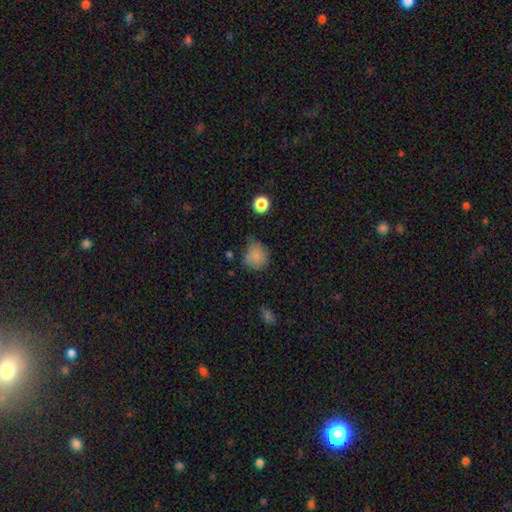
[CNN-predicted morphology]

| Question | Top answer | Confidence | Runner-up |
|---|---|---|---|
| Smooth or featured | smooth | 81% | star or artifact (11%) |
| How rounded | round | 78% | in between (21%) |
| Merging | none | 59% | minor disturbance (29%) |